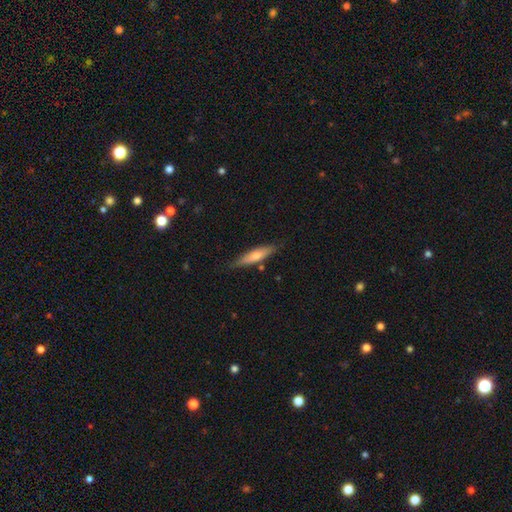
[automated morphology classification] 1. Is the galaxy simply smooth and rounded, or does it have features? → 60% smooth, 34% featured or disk, 6% star or artifact.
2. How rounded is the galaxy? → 80% cigar-shaped, 19% in between, 2% round.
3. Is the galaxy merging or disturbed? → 81% none, 14% minor disturbance, 3% merger, 2% major disturbance.